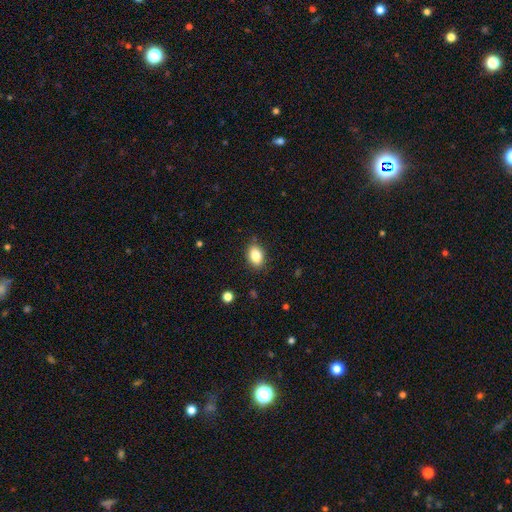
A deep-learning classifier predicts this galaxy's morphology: smooth 85%, star or artifact 9%, featured or disk 7%. Down the decision tree: how rounded — in between (82%); merging — none (85%).